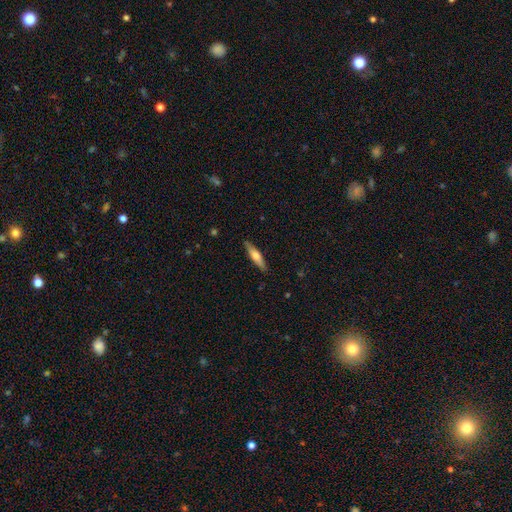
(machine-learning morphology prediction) A smooth galaxy with no disk features (52%) that is cigar-shaped (81%).

Vote fractions:
- Smooth or featured? smooth: 52% / featured or disk: 42% / star or artifact: 6%
- How rounded? cigar-shaped: 81% / in between: 17% / round: 2%
- Merging? none: 88% / minor disturbance: 9% / major disturbance: 2% / merger: 1%